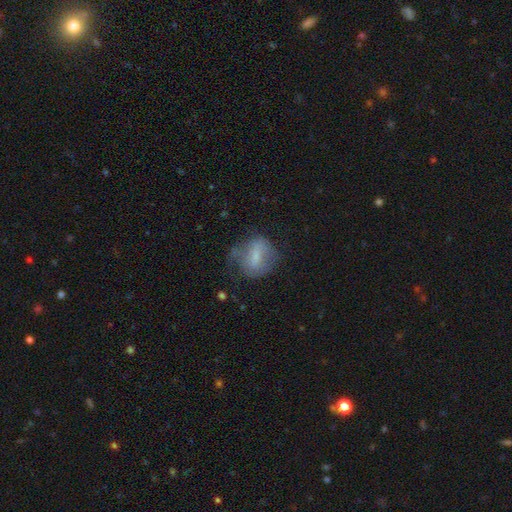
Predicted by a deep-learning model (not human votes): This is possibly a smooth galaxy (55%). How rounded: possibly in between (51%). Merging: possibly none (48%).